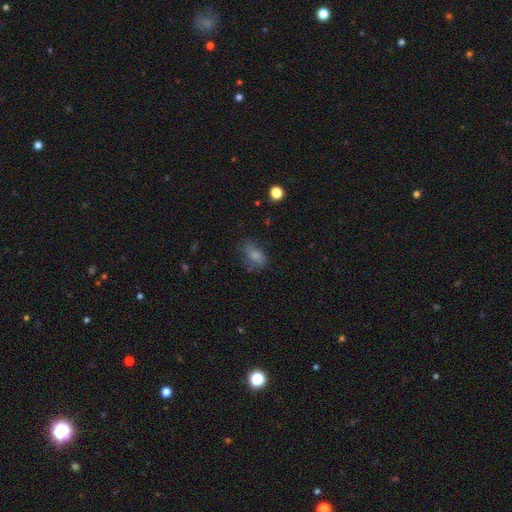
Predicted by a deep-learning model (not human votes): This is possibly a smooth galaxy (56%). How rounded: likely in between (79%). Merging: likely none (64%).